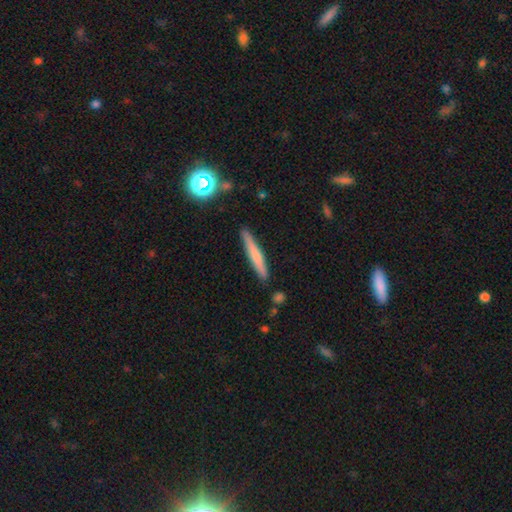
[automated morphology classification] A smooth galaxy with no disk features (59%) that is cigar-shaped (95%).

Vote fractions:
- Smooth or featured? smooth: 59% / featured or disk: 34% / star or artifact: 7%
- How rounded? cigar-shaped: 95% / in between: 4% / round: 1%
- Merging? none: 88% / minor disturbance: 8% / merger: 2% / major disturbance: 2%